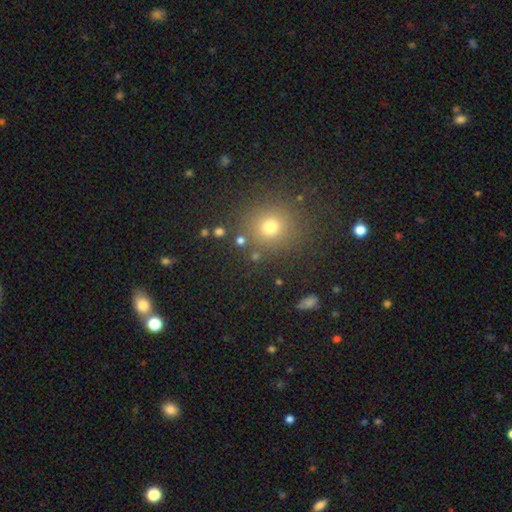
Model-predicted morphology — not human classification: Q: Smooth or featured?
A: smooth (65%); runner-up: star or artifact (27%)
Q: How rounded?
A: round (88%); runner-up: in between (10%)
Q: Merging?
A: none (85%); runner-up: minor disturbance (8%)